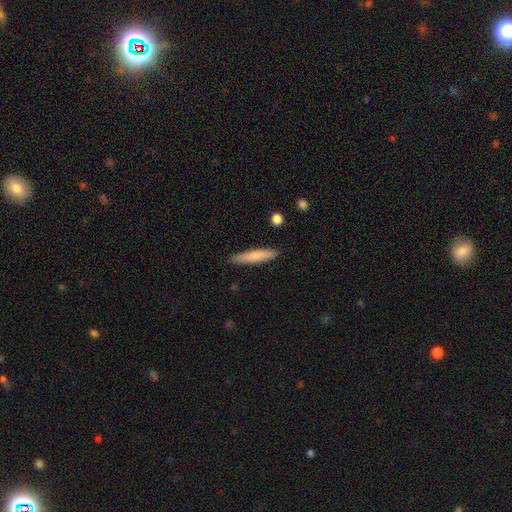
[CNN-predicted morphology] This is likely a smooth galaxy (75%). How rounded: clearly cigar-shaped (89%). Merging: clearly none (90%).